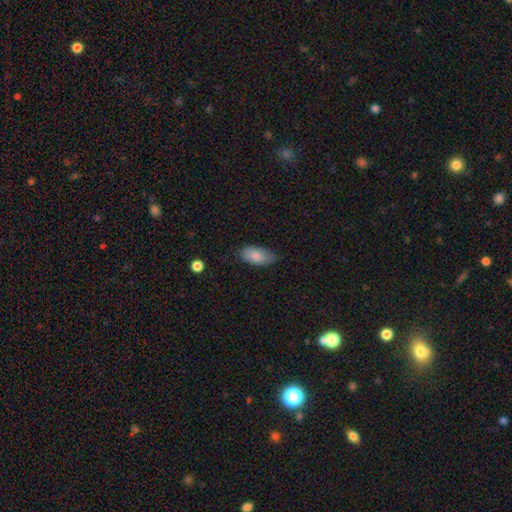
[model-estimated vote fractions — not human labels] Q: Smooth or featured?
A: smooth (84%); runner-up: featured or disk (9%)
Q: How rounded?
A: in between (91%); runner-up: cigar-shaped (7%)
Q: Merging?
A: none (69%); runner-up: minor disturbance (25%)